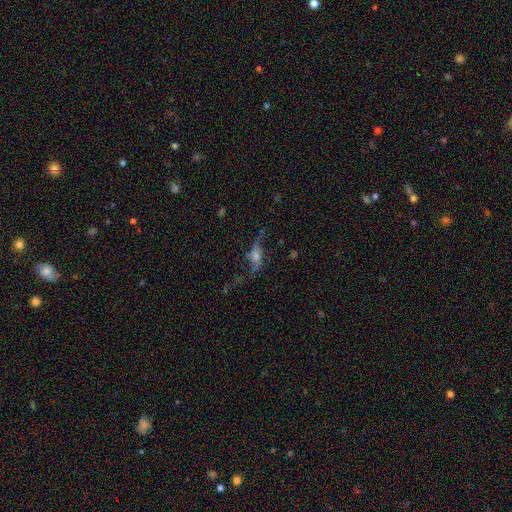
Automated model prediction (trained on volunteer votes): A featured or disk galaxy (63%). Merging: none (53%).